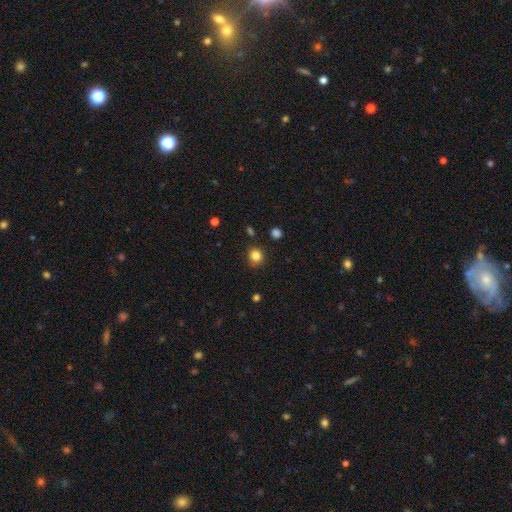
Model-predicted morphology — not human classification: A smooth galaxy with no disk features (83%) that is round (86%).

Vote fractions:
- Smooth or featured? smooth: 83% / star or artifact: 12% / featured or disk: 5%
- How rounded? round: 86% / in between: 13% / cigar-shaped: 1%
- Merging? none: 86% / minor disturbance: 10% / major disturbance: 3% / merger: 2%